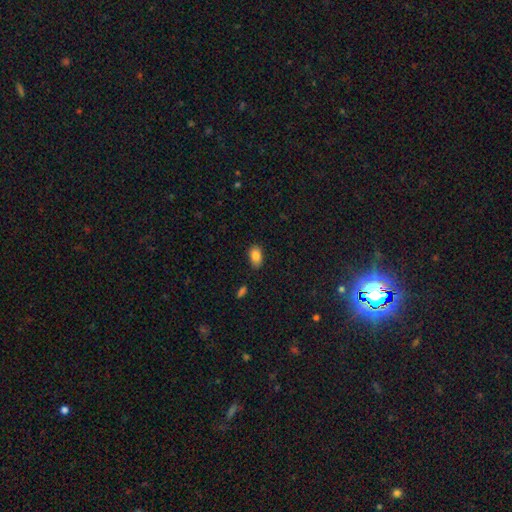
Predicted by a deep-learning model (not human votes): Smooth or featured: smooth — 86% (star or artifact — 8%)
How rounded: in between — 90% (round — 8%)
Merging: none — 84% (minor disturbance — 12%)